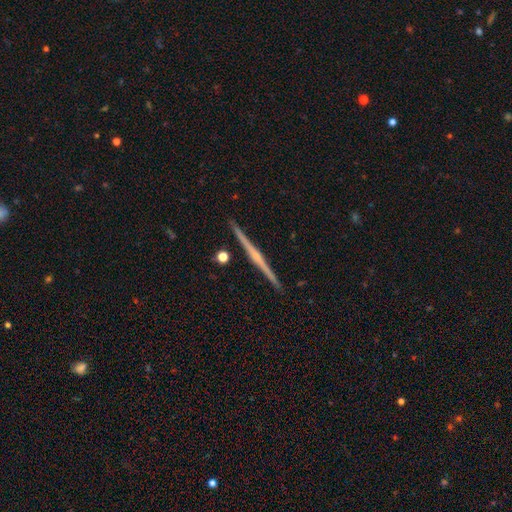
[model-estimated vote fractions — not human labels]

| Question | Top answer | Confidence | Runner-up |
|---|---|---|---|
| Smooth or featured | featured or disk | 81% | smooth (14%) |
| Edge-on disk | yes | 99% | no (1%) |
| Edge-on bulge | rounded | 55% | none (34%) |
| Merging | none | 93% | minor disturbance (5%) |